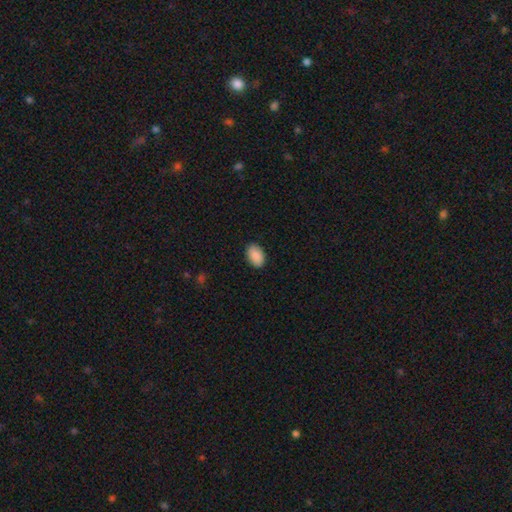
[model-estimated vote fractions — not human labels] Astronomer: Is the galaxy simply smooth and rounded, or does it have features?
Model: smooth — 90%.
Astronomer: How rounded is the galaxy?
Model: in between — 90%.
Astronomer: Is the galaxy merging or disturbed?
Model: none — 88%.